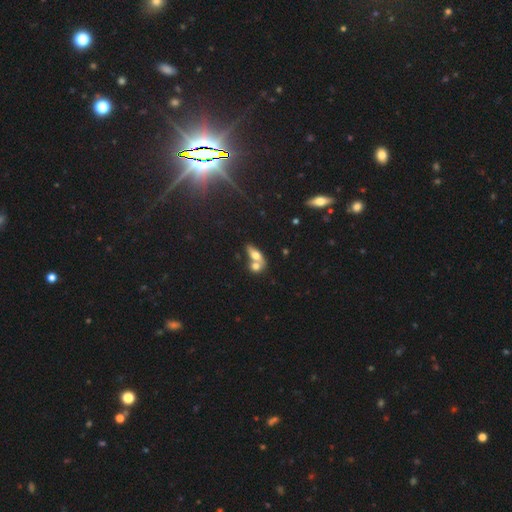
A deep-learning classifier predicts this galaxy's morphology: Q: Smooth or featured?
A: smooth (63%); runner-up: featured or disk (28%)
Q: How rounded?
A: in between (75%); runner-up: round (13%)
Q: Merging?
A: merger (63%); runner-up: none (26%)